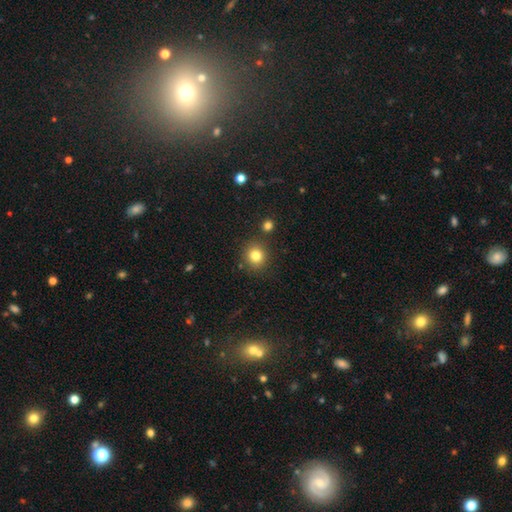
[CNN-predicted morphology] smooth 81%, star or artifact 12%, featured or disk 6%. Down the decision tree: how rounded — round (89%); merging — none (84%).